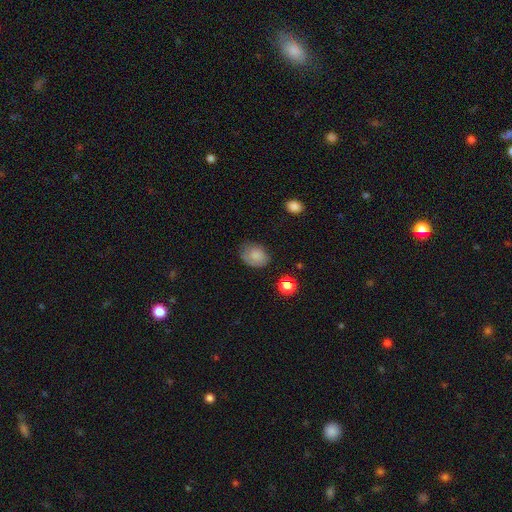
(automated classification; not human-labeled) The model was most divided on "how rounded": in between: 60%, round: 40%, cigar-shaped: 1%. More confident: smooth or featured — smooth (81%); merging — none (71%).